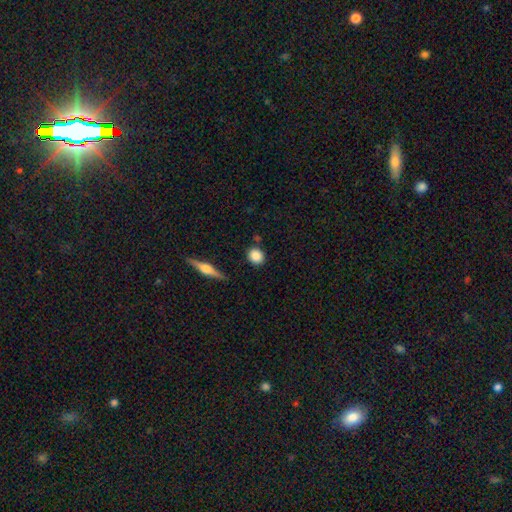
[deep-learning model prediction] smooth 84%, featured or disk 9%, star or artifact 7%. Down the decision tree: how rounded — round (81%); merging — none (84%).